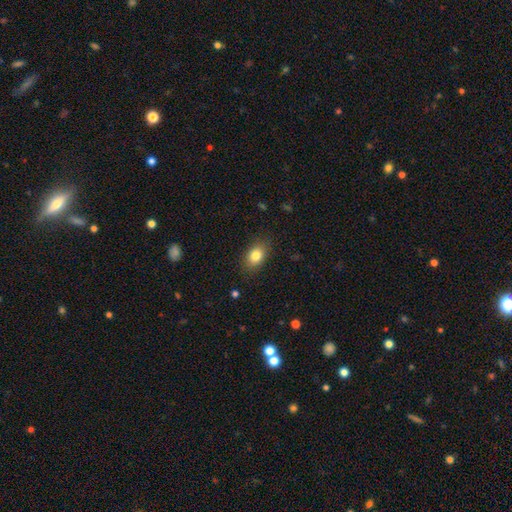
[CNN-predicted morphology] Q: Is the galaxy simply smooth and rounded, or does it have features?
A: smooth — 83%.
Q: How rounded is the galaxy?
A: in between — 81%.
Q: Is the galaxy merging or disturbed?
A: none — 85%.